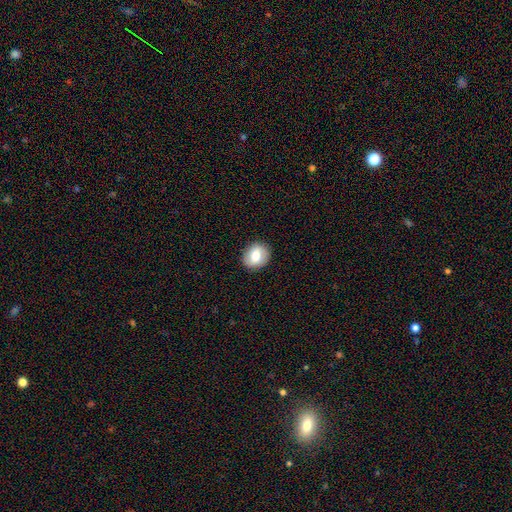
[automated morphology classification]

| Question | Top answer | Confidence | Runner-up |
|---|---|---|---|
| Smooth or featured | smooth | 64% | featured or disk (28%) |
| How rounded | round | 55% | in between (43%) |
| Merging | none | 87% | minor disturbance (9%) |